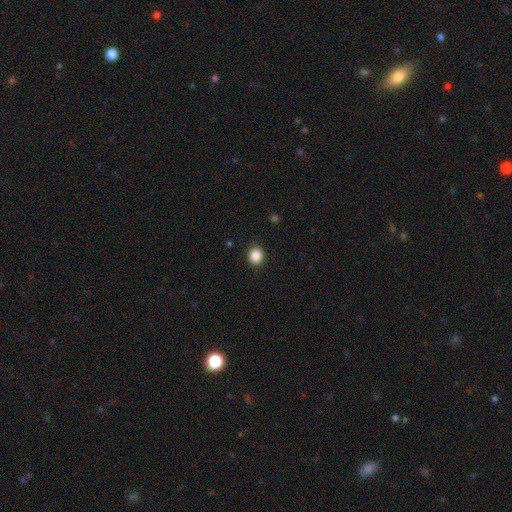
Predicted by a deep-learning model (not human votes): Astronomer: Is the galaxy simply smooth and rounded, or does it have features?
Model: smooth — 88%.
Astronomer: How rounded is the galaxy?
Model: round — 74%.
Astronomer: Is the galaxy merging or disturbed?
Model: none — 90%.